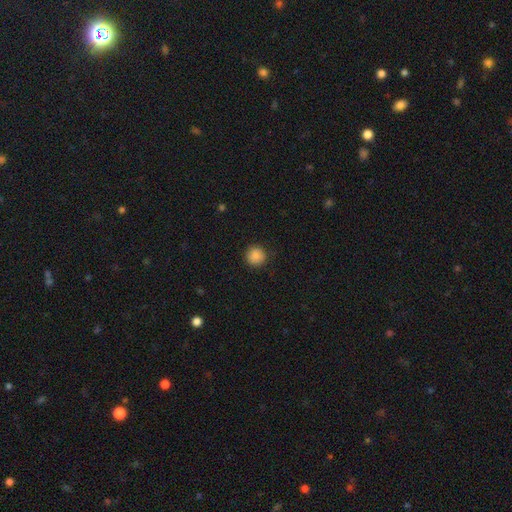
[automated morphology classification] type=smooth (88%); roundness=round (94%); merging=none (89%).